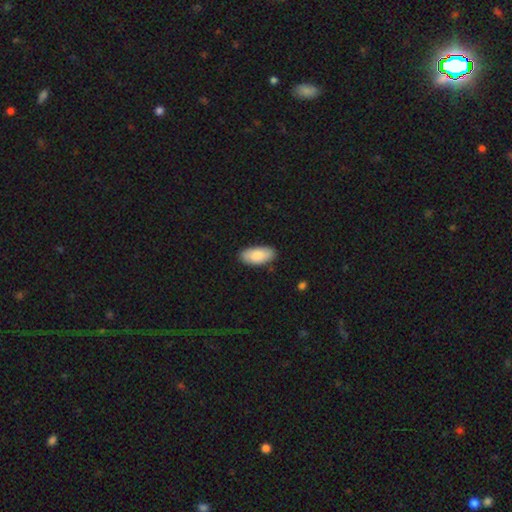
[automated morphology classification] Smooth or featured? Predicted: smooth (p=0.86). How rounded? Predicted: in between (p=0.93). Merging? Predicted: none (p=0.87).